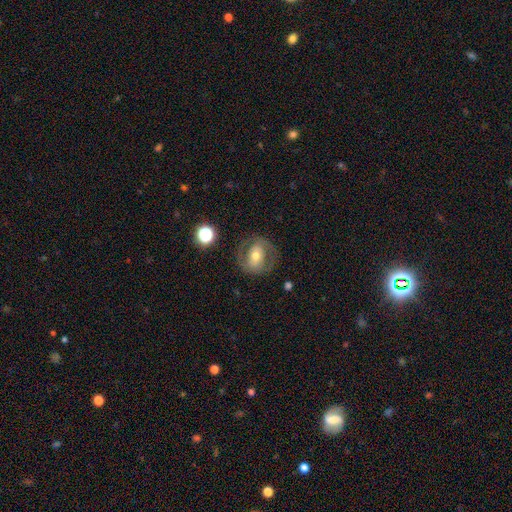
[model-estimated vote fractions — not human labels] Smooth or featured? featured or disk (60%)
Edge-on disk? no (96%)
Bar? no (41%)
Spiral arms? yes (63%)
Bulge size? moderate (64%)
Merging? none (75%)